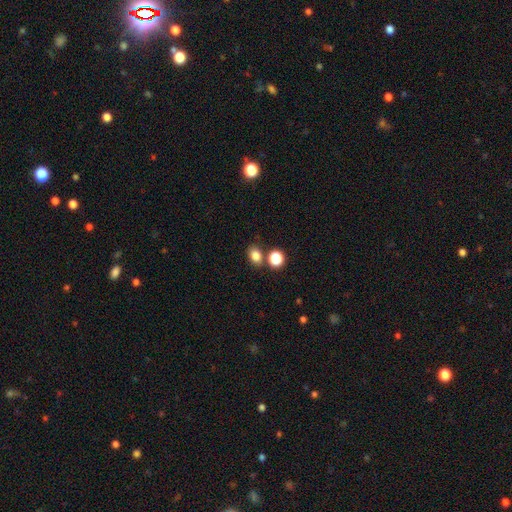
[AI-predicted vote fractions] Overall: smooth (81%). How rounded: in between (62%; round 37%). Merging: none (72%).